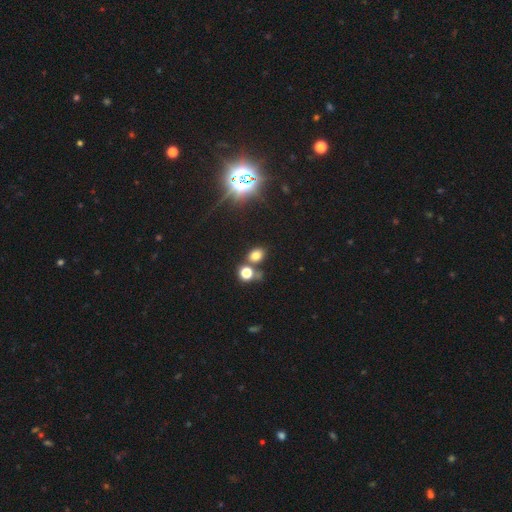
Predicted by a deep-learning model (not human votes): Smooth or featured: smooth — 70% (star or artifact — 22%)
How rounded: in between — 50% (round — 49%)
Merging: none — 67% (merger — 18%)